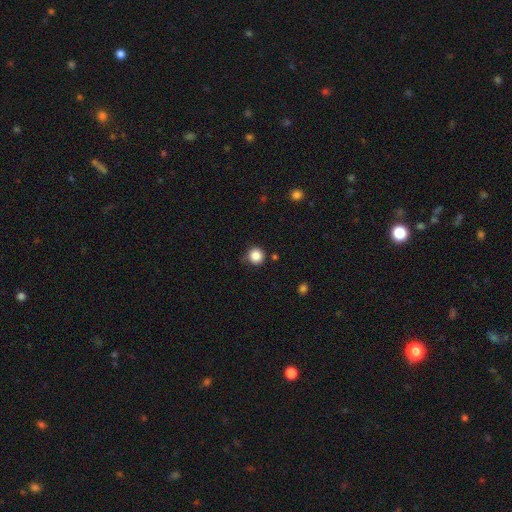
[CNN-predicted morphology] Smooth or featured?
  - smooth: 85% *
  - star or artifact: 11%
  - featured or disk: 4%
How rounded?
  - round: 95% *
  - in between: 4%
  - cigar-shaped: 1%
Merging?
  - none: 83% *
  - minor disturbance: 12%
  - major disturbance: 3%
  - merger: 2%